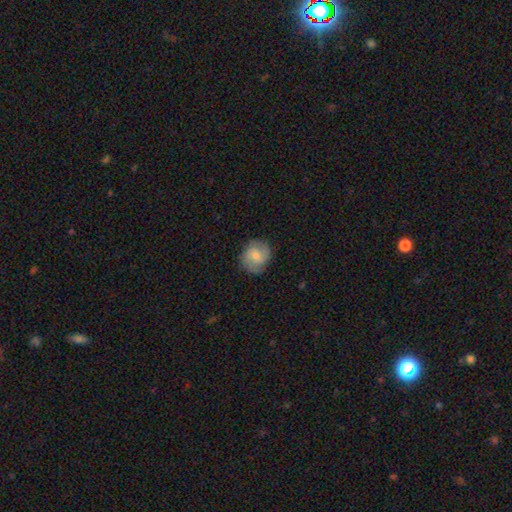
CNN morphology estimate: The model was most divided on "smooth or featured": smooth: 59%, featured or disk: 34%, star or artifact: 7%. More confident: merging — none (80%); how rounded — round (78%).